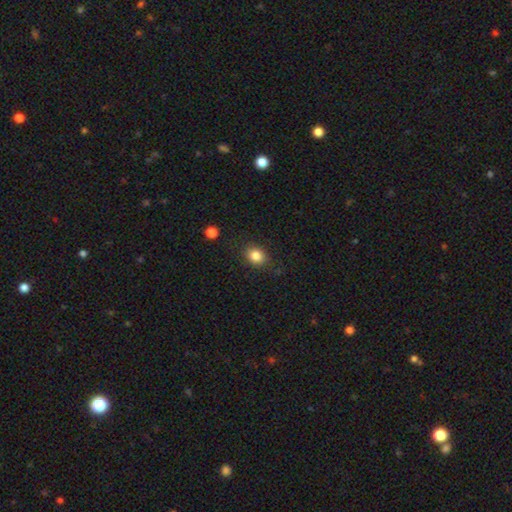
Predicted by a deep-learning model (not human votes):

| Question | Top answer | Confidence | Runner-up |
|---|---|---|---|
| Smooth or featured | smooth | 84% | star or artifact (10%) |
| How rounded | round | 53% | in between (47%) |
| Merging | none | 83% | minor disturbance (12%) |